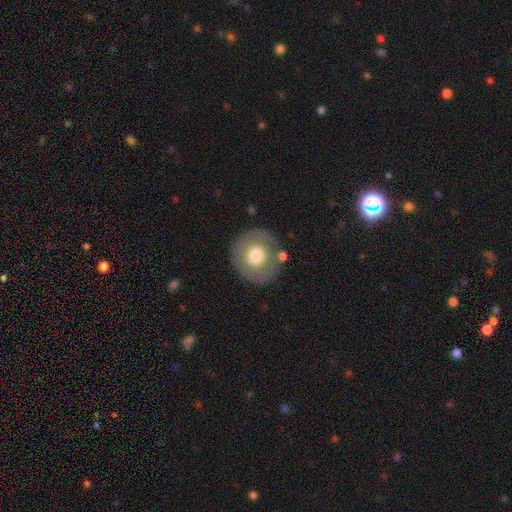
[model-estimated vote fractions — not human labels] Morphology: type=smooth (62%); roundness=round (89%); merging=none (78%).